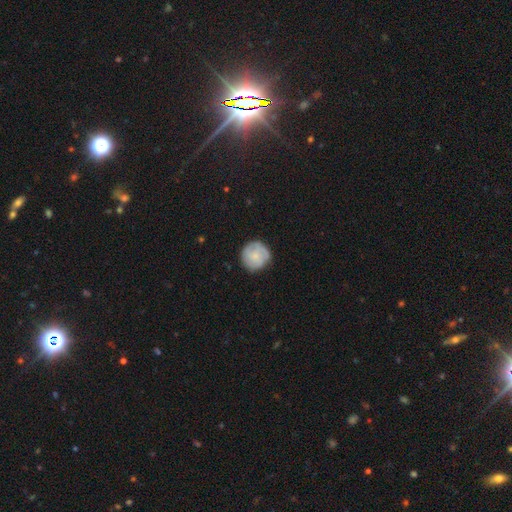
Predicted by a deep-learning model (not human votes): Smooth or featured?
  - smooth: 54% *
  - featured or disk: 39%
  - star or artifact: 6%
How rounded?
  - round: 93% *
  - in between: 6%
  - cigar-shaped: 1%
Merging?
  - none: 79% *
  - minor disturbance: 16%
  - major disturbance: 4%
  - merger: 1%